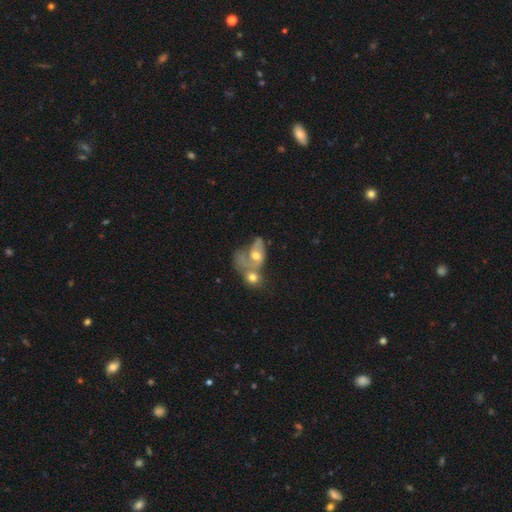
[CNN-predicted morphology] This is possibly a featured or disk galaxy (54%). It is clearly not viewed edge-on (94%). Bar: likely no (73%). Spiral arm pattern: possibly yes (56%). Central bulge: likely moderate (64%). Merging: likely merger (62%).